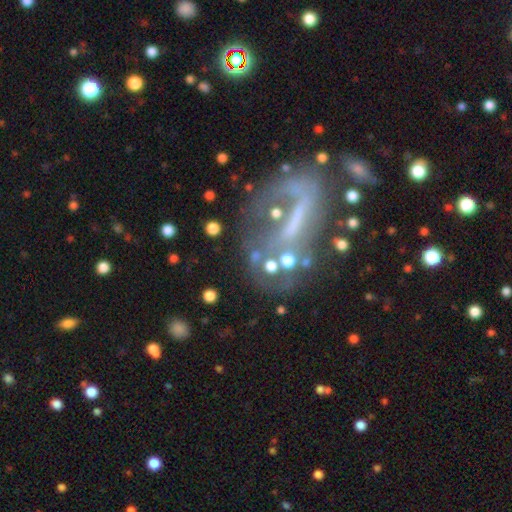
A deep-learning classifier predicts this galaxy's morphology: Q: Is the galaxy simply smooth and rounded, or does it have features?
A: featured or disk — 47%.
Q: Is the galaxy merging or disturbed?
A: none — 50%.